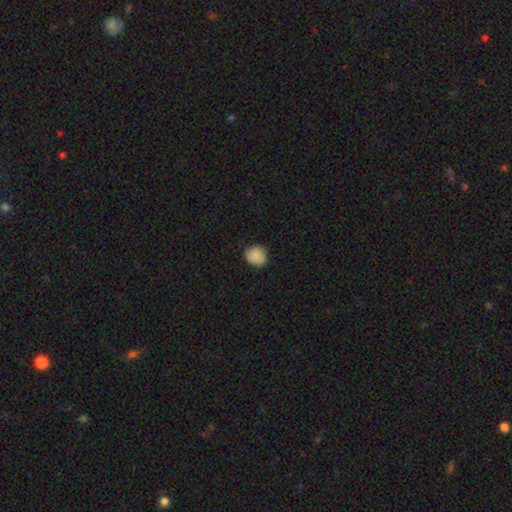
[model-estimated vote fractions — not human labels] Smooth or featured? smooth (86%)
How rounded? round (77%)
Merging? none (79%)